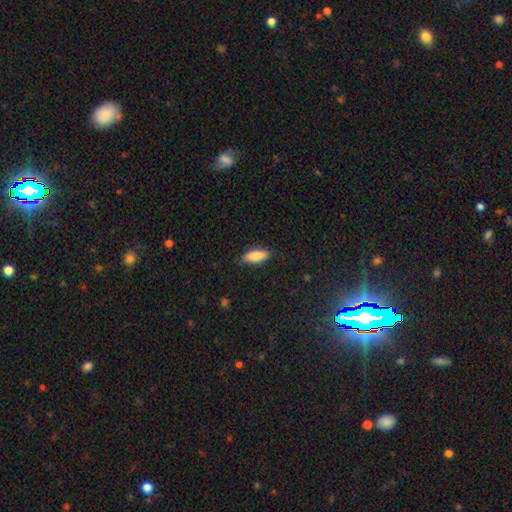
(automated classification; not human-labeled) smooth-or-featured: smooth: 84% | featured or disk: 10% | star or artifact: 6%
  how-rounded: in between: 79% | cigar-shaped: 19% | round: 2%
  merging: none: 85% | minor disturbance: 12% | major disturbance: 2% | merger: 1%